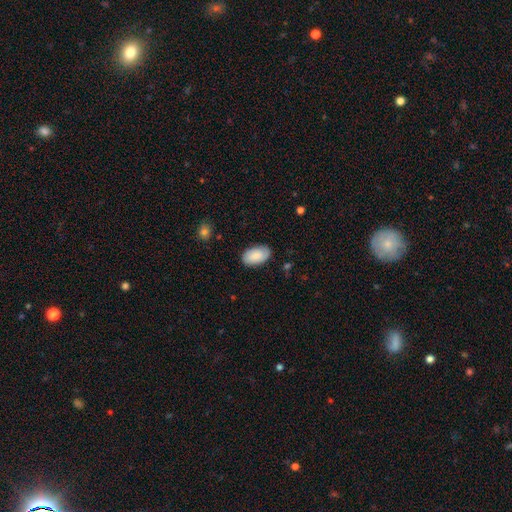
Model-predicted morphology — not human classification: type=smooth (77%); roundness=in between (95%); merging=none (82%).